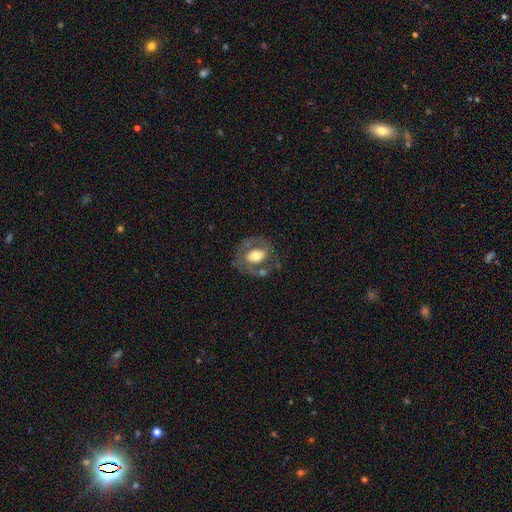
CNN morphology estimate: smooth-or-featured: featured or disk: 54% | smooth: 39% | star or artifact: 7%
  disk-edge-on: no: 95% | yes: 5%
    bar: no: 61% | weak: 26% | strong: 13%
    has-spiral-arms: no: 53% | yes: 47%
    bulge-size: moderate: 56% | large: 30% | small: 10% | dominant: 3% | none: 1%
  merging: none: 60% | minor disturbance: 19% | major disturbance: 14% | merger: 7%